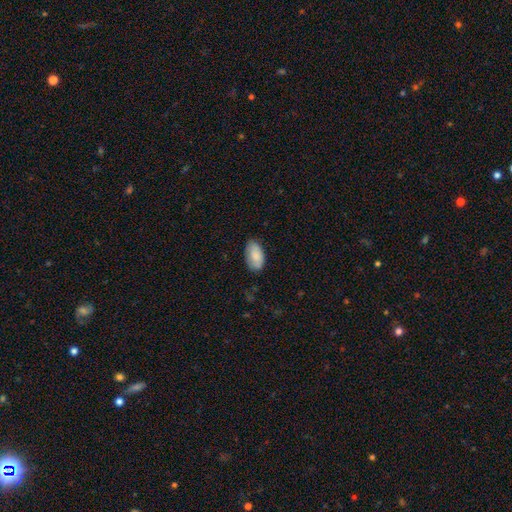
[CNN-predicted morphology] A smooth galaxy with no disk features (86%) that is in between round and cigar-shaped (95%). Merging: none (80%).